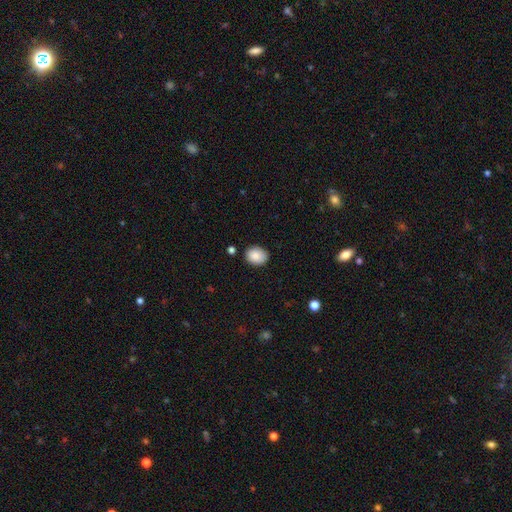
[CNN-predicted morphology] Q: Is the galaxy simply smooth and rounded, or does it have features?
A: smooth — 87%.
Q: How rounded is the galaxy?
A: in between — 56%.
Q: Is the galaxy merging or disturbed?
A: none — 82%.